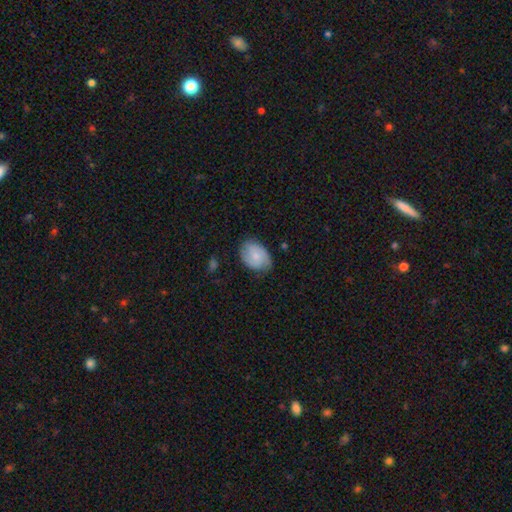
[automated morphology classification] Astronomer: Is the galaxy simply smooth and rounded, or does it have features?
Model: smooth — 47% (runner-up: featured or disk, 46%).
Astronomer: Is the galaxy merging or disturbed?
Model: none — 71%.